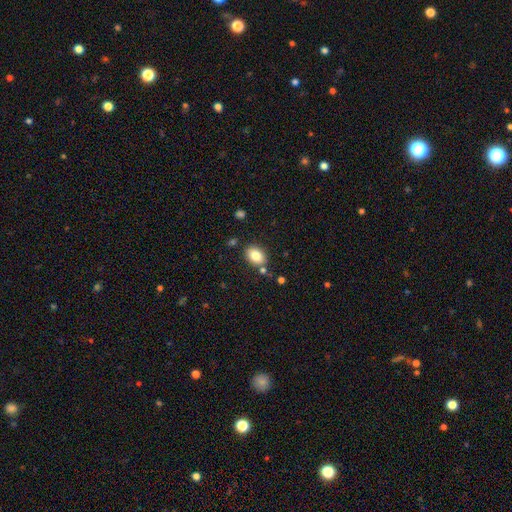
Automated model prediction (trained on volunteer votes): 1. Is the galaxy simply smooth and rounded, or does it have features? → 82% smooth, 10% featured or disk, 9% star or artifact.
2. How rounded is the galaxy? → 77% in between, 22% round, 1% cigar-shaped.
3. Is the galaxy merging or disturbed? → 78% none, 12% minor disturbance, 7% merger, 3% major disturbance.